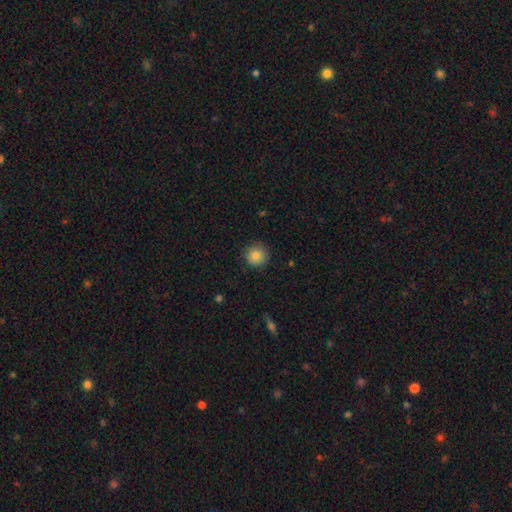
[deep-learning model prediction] This appears to be a smooth galaxy with no disk features (82%) that is round (94%). Merging: none (86%).